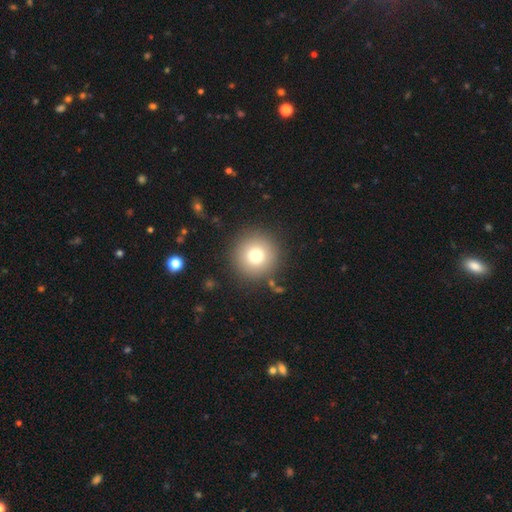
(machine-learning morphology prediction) A smooth galaxy with no disk features (76%) that is round (96%).

Vote fractions:
- Smooth or featured? smooth: 76% / star or artifact: 12% / featured or disk: 11%
- How rounded? round: 96% / in between: 3% / cigar-shaped: 1%
- Merging? none: 88% / minor disturbance: 6% / major disturbance: 3% / merger: 2%